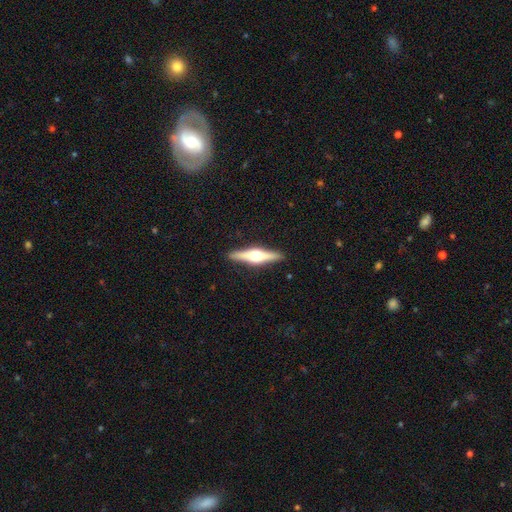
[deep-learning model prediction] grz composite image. It shows a featured or disk galaxy (74%) viewed edge-on (98%) with a rounded central bulge (95%). Merging: none (91%).